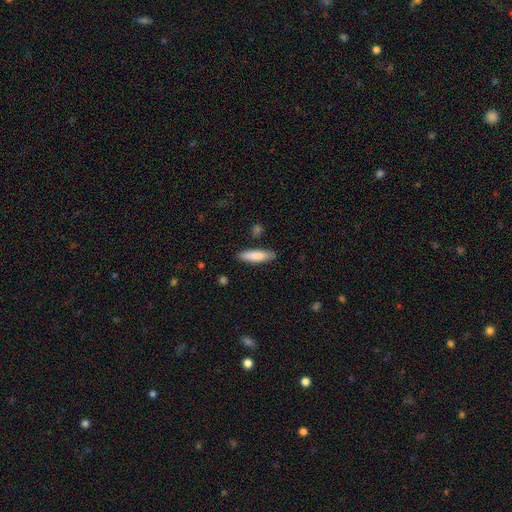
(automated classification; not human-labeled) Overall: smooth (83%). How rounded: cigar-shaped (68%; in between 30%). Merging: none (86%).